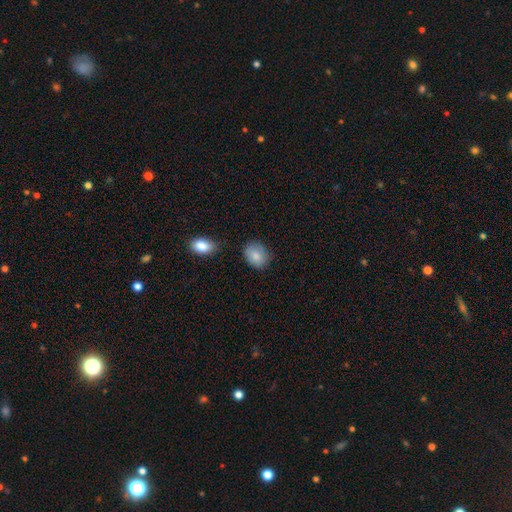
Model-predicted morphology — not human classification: This is clearly a smooth galaxy (86%). How rounded: possibly round (49%, tied with in between). Merging: likely none (76%).